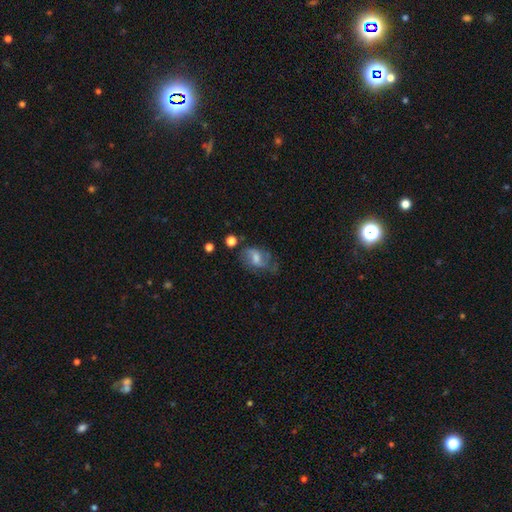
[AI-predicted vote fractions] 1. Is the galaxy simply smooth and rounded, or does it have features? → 61% featured or disk, 24% smooth, 15% star or artifact.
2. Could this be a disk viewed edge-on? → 95% no, 5% yes.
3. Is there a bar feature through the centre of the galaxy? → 50% weak, 36% no, 14% strong.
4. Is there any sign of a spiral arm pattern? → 83% yes, 17% no.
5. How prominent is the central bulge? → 50% moderate, 33% small, 8% large, 7% none, 1% dominant.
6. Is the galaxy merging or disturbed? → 60% none, 22% minor disturbance, 14% major disturbance, 4% merger.